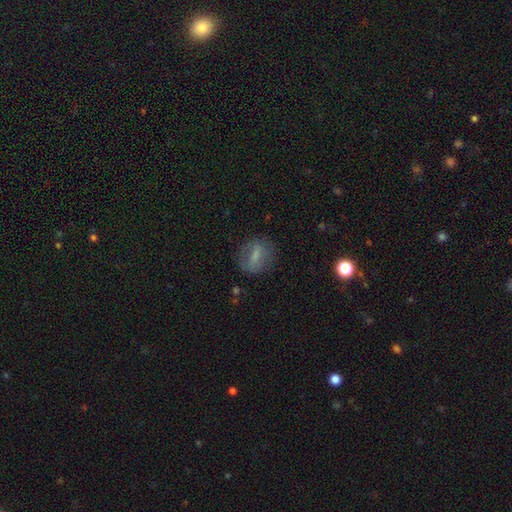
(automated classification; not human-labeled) This is possibly a smooth galaxy (57%). How rounded: possibly in between (49%). Merging: likely none (73%).